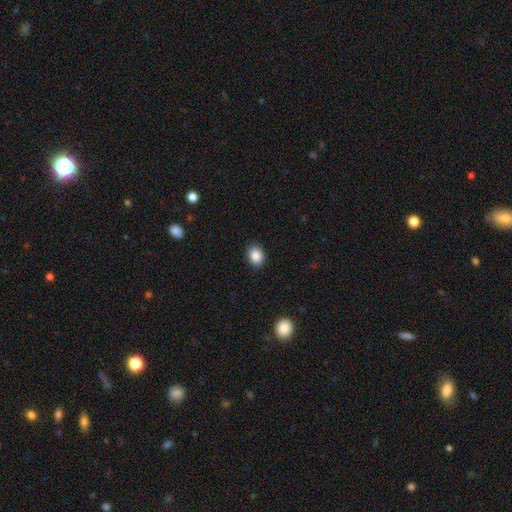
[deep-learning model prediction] A smooth galaxy with no disk features (88%) that is in between round and cigar-shaped (51%).

Vote fractions:
- Smooth or featured? smooth: 88% / star or artifact: 9% / featured or disk: 4%
- How rounded? in between: 51% / round: 48% / cigar-shaped: 1%
- Merging? none: 89% / minor disturbance: 8% / major disturbance: 2% / merger: 1%